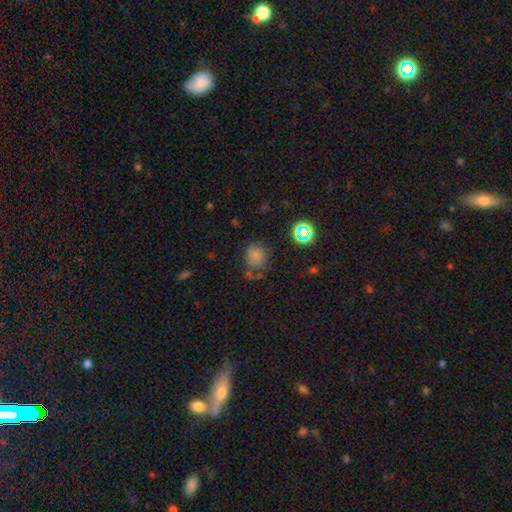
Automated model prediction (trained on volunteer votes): smooth_or_featured: smooth (p=0.74) [alt: star or artifact p=0.19]
how_rounded: round (p=0.75) [alt: in between p=0.24]
merging: none (p=0.61) [alt: minor disturbance p=0.22]